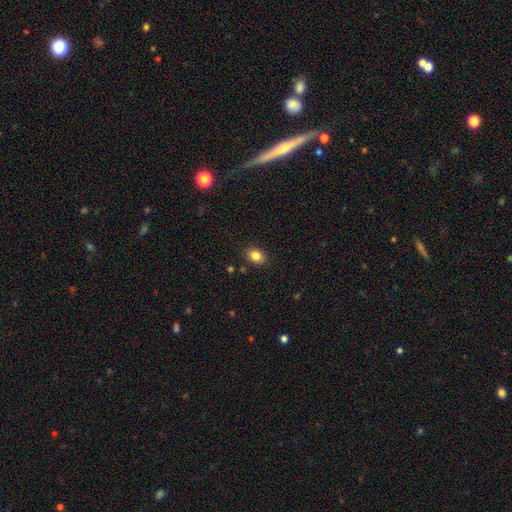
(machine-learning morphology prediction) This appears to be a smooth galaxy with no disk features (84%) that is in between round and cigar-shaped (67%). Merging: none (87%).